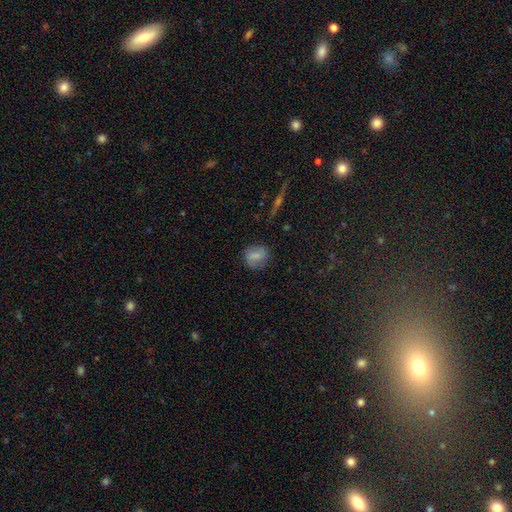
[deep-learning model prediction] A smooth galaxy with no disk features (60%) that is round (76%). Merging: none (80%).